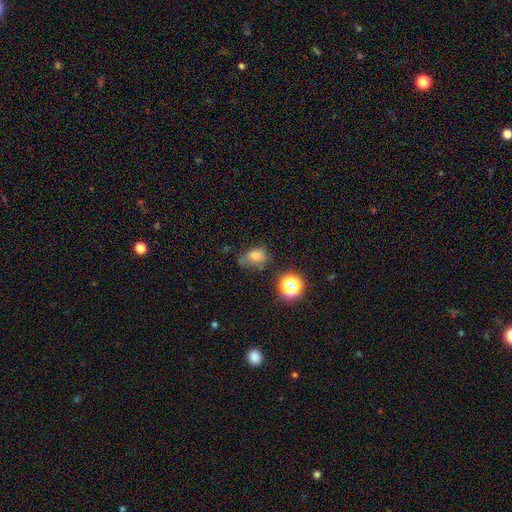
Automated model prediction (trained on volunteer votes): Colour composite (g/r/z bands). It shows a smooth galaxy with no disk features (70%) that is in between round and cigar-shaped (61%). Merging: none (48%).